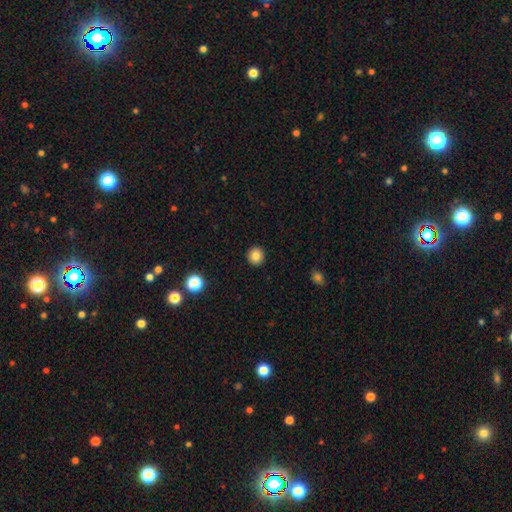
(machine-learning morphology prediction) smooth_or_featured: smooth (p=0.84) [alt: star or artifact p=0.11]
how_rounded: round (p=0.94) [alt: in between p=0.05]
merging: none (p=0.93) [alt: minor disturbance p=0.04]